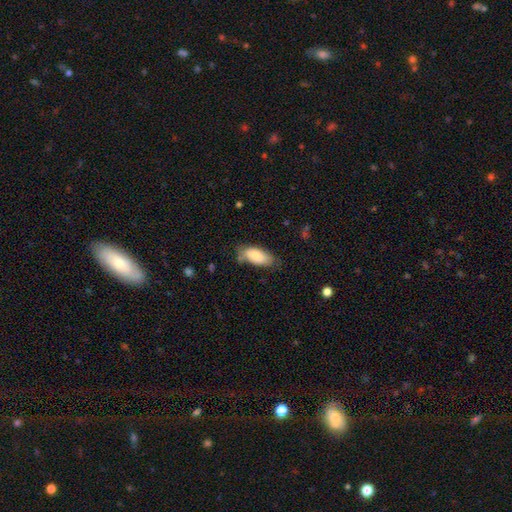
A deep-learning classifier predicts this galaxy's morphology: A smooth galaxy with no disk features (83%) that is in between round and cigar-shaped (90%). Merging: none (63%).